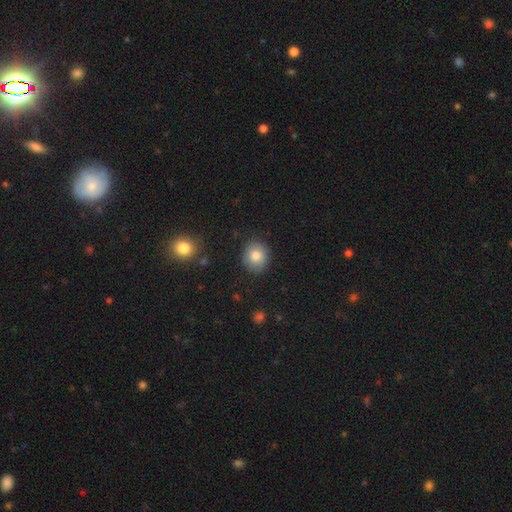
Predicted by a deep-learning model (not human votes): Q: Smooth or featured?
A: smooth (82%); runner-up: featured or disk (9%)
Q: How rounded?
A: round (70%); runner-up: in between (29%)
Q: Merging?
A: none (86%); runner-up: minor disturbance (10%)